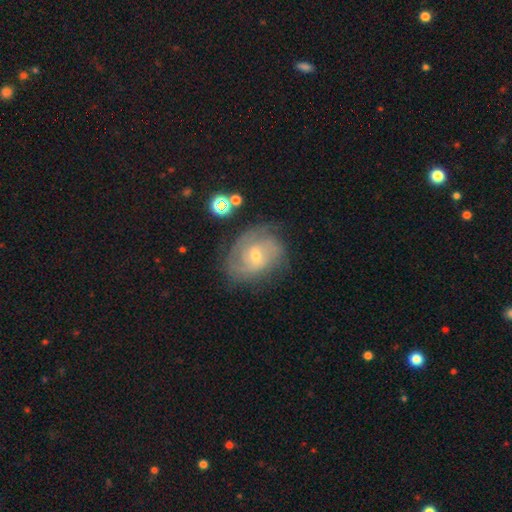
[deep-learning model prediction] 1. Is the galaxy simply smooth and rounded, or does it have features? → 78% featured or disk, 15% smooth, 7% star or artifact.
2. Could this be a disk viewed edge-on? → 97% no, 3% yes.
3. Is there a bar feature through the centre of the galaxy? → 47% no, 44% weak, 8% strong.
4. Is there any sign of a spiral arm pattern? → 92% yes, 8% no.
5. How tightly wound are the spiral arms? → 53% tight, 37% medium, 11% loose.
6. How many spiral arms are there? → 36% 2, 30% can't tell, 21% 3, 5% 4, 5% 1, 3% more than 4.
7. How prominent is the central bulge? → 54% small, 43% moderate, 1% large, 1% none, 1% dominant.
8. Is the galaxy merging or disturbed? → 69% none, 21% minor disturbance, 8% major disturbance, 3% merger.